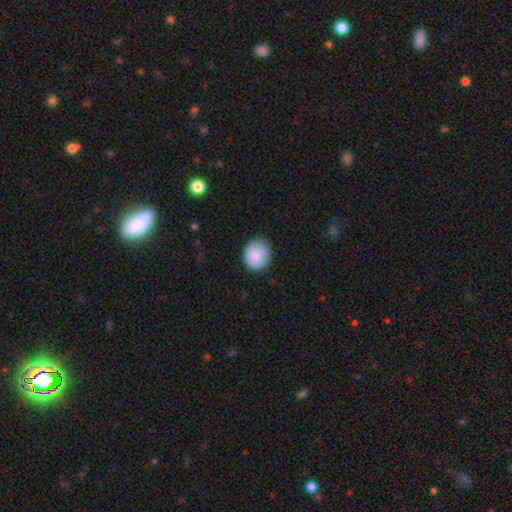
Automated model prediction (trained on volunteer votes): Morphology: type=smooth (86%); roundness=round (73%); merging=none (79%).